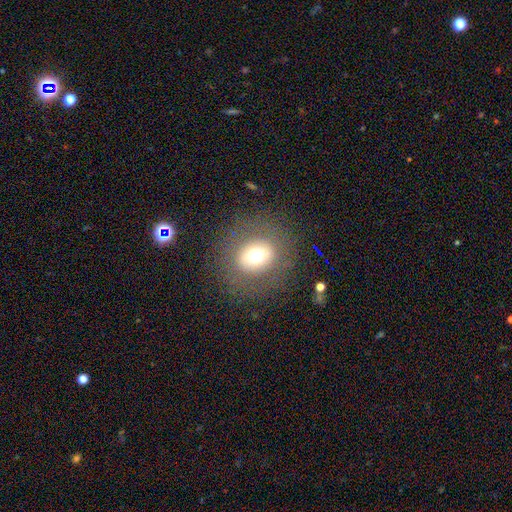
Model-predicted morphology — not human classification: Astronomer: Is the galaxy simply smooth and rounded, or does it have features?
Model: smooth — 62%.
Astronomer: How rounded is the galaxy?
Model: round — 77%.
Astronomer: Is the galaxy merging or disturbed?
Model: none — 83%.